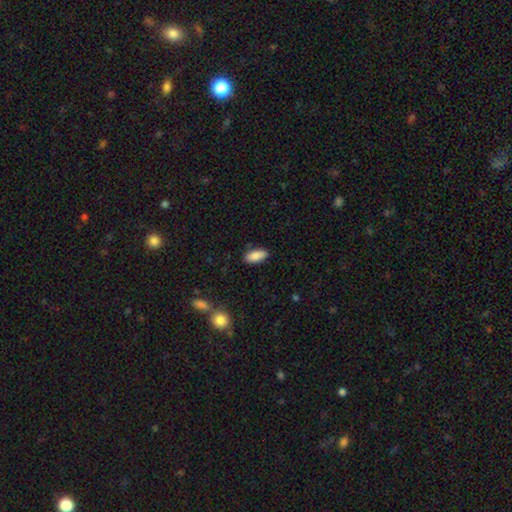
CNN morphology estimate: This appears to be a smooth galaxy with no disk features (88%) that is in between round and cigar-shaped (87%). Merging: none (87%).